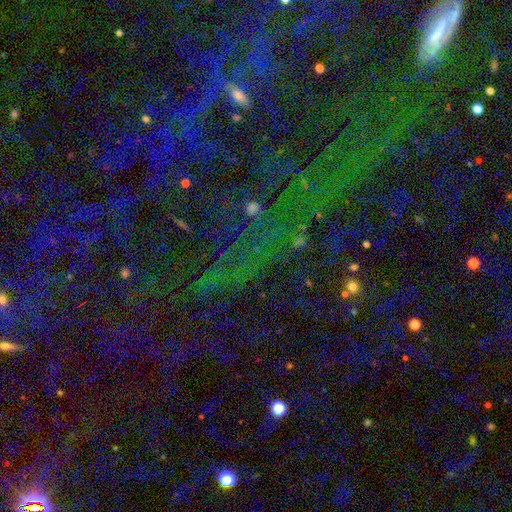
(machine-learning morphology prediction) smooth-or-featured: star or artifact: 79% | smooth: 12% | featured or disk: 9%